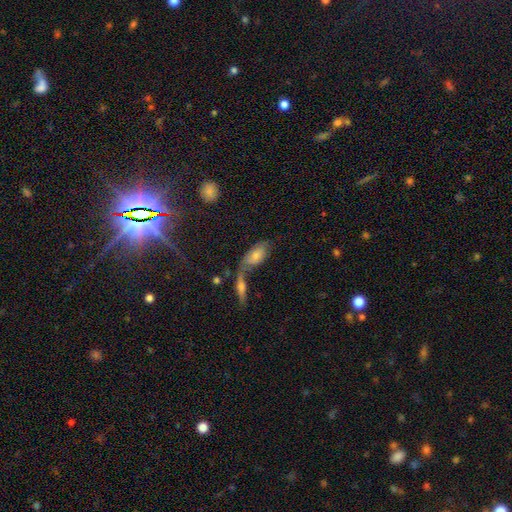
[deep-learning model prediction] Smooth or featured? smooth (57%)
How rounded? in between (87%)
Merging? merger (43%)